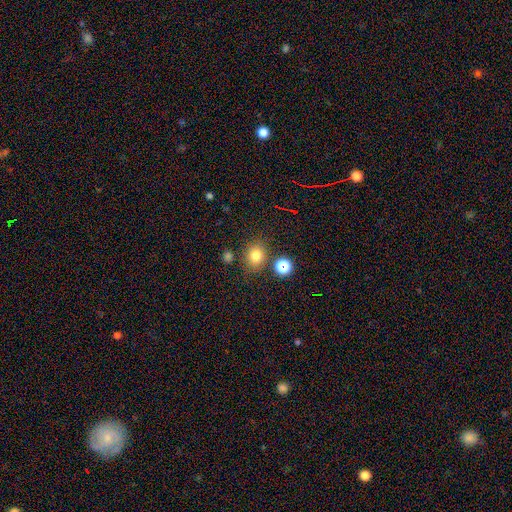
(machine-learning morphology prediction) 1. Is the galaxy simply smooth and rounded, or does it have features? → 75% smooth, 17% star or artifact, 8% featured or disk.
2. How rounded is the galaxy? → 67% round, 32% in between, 1% cigar-shaped.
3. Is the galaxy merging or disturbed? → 78% none, 11% minor disturbance, 7% merger, 4% major disturbance.